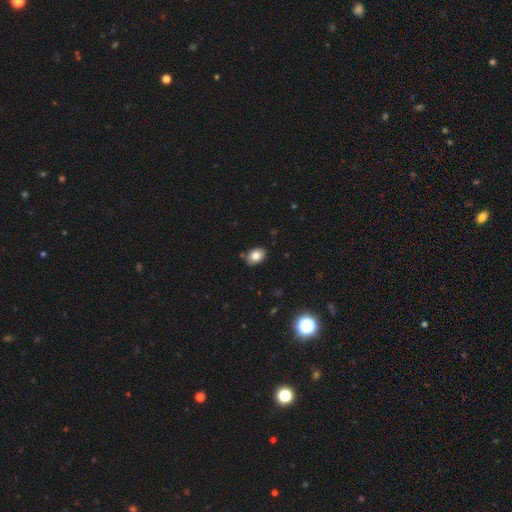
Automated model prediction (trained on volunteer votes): Smooth or featured? smooth (83%)
How rounded? in between (77%)
Merging? none (85%)